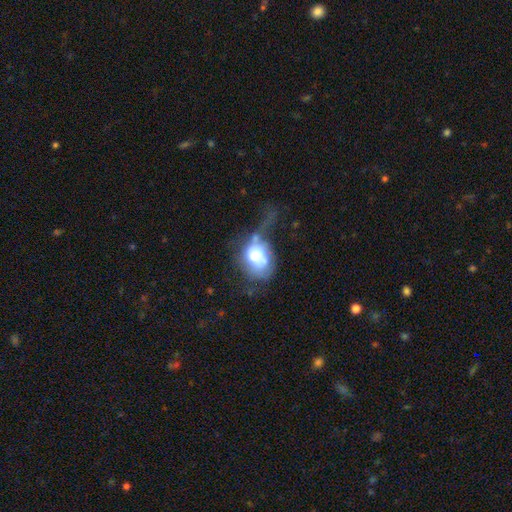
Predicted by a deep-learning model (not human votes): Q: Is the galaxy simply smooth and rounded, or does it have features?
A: smooth — 60%.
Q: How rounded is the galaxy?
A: round — 51%.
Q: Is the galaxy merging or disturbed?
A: major disturbance — 43%.